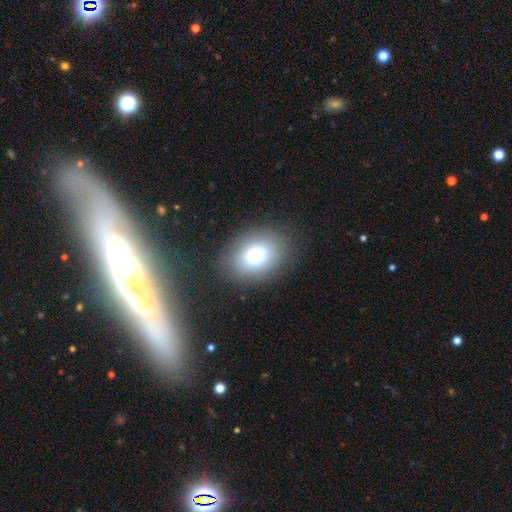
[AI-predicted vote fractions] This appears to be a smooth galaxy with no disk features (78%) that is in between round and cigar-shaped (67%). Merging: none (82%).